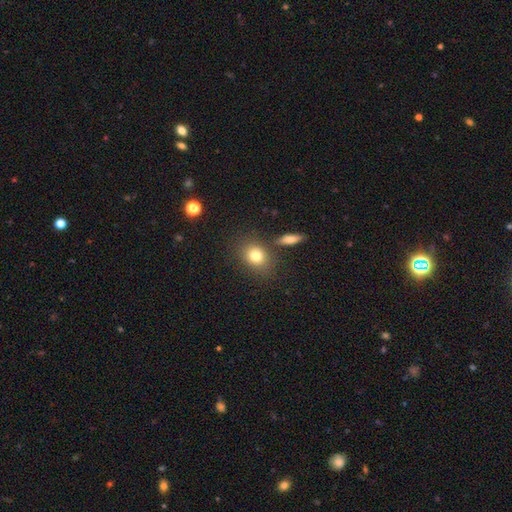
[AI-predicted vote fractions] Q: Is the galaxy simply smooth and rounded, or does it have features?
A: smooth — 80%.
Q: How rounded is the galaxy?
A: round — 56%.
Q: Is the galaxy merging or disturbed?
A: none — 77%.